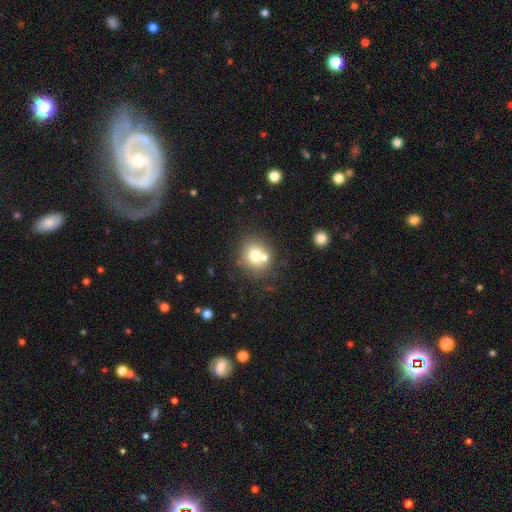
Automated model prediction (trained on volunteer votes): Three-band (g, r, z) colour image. It shows a smooth galaxy with no disk features (71%) that is round (83%). Merging: none (60%).